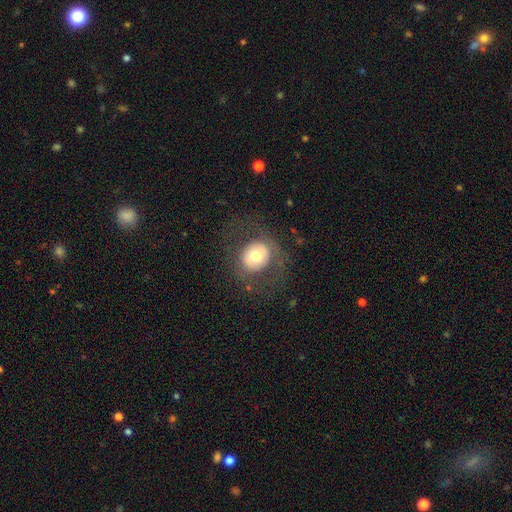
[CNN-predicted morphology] Q: Smooth or featured?
A: smooth (63%); runner-up: featured or disk (28%)
Q: How rounded?
A: round (75%); runner-up: in between (25%)
Q: Merging?
A: none (70%); runner-up: major disturbance (15%)